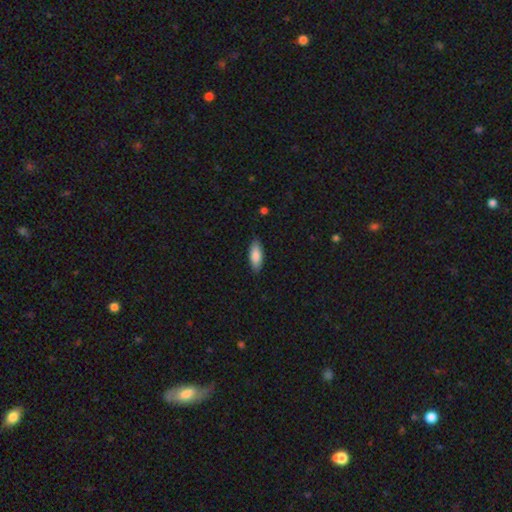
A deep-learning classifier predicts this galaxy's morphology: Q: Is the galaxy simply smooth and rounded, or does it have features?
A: smooth — 86%.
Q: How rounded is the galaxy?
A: in between — 77%.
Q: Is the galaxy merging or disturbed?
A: none — 87%.